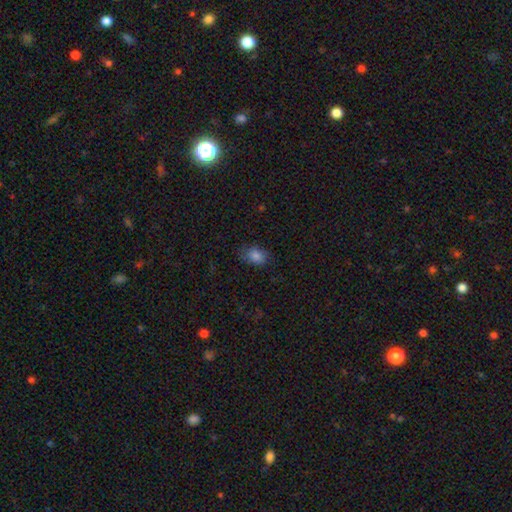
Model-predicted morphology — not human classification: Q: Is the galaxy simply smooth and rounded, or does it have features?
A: smooth — 83%.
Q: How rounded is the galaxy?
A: in between — 74%.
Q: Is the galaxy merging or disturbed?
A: none — 74%.